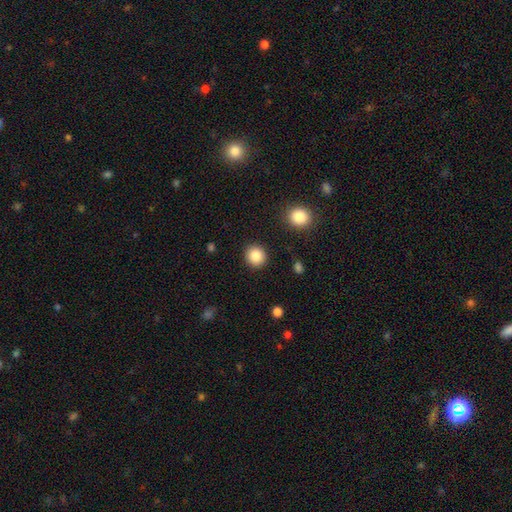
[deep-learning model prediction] A smooth galaxy with no disk features (85%) that is round (90%).

Vote fractions:
- Smooth or featured? smooth: 85% / star or artifact: 9% / featured or disk: 6%
- How rounded? round: 90% / in between: 10% / cigar-shaped: 1%
- Merging? none: 91% / minor disturbance: 6% / major disturbance: 2% / merger: 1%